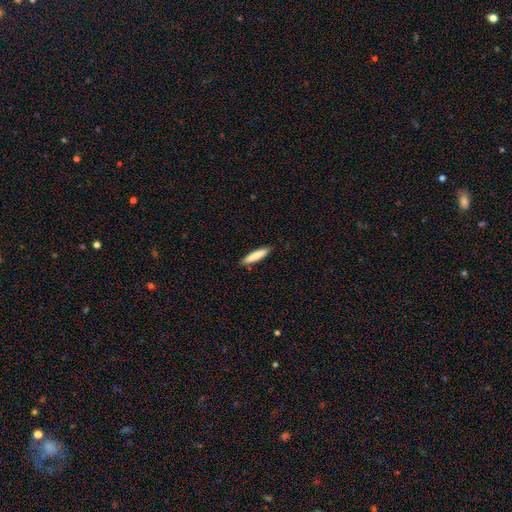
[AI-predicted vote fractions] Morphology: type=smooth (84%); roundness=cigar-shaped (85%); merging=none (88%).